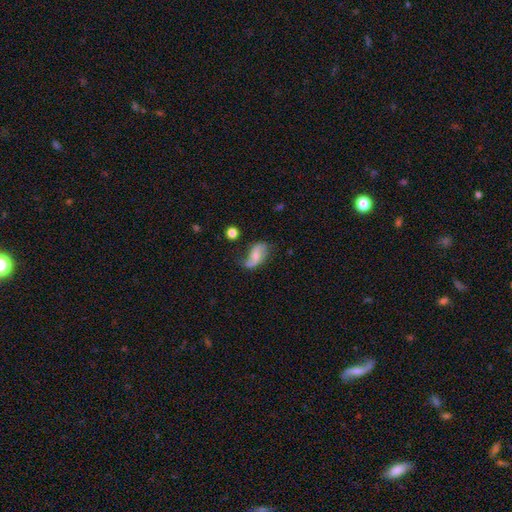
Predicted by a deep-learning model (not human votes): smooth-or-featured: featured or disk: 63% | smooth: 30% | star or artifact: 8%
  disk-edge-on: no: 95% | yes: 5%
    bar: no: 52% | weak: 35% | strong: 14%
    has-spiral-arms: yes: 87% | no: 13%
      spiral-winding: loose: 74% | medium: 19% | tight: 7%
      spiral-arm-count: 2: 82% | 1: 10% | can't tell: 6% | 3: 1% | 4: 1% | more than 4: 1%
    bulge-size: moderate: 48% | small: 42% | none: 5% | large: 3% | dominant: 1%
  merging: none: 53% | minor disturbance: 29% | major disturbance: 14% | merger: 4%